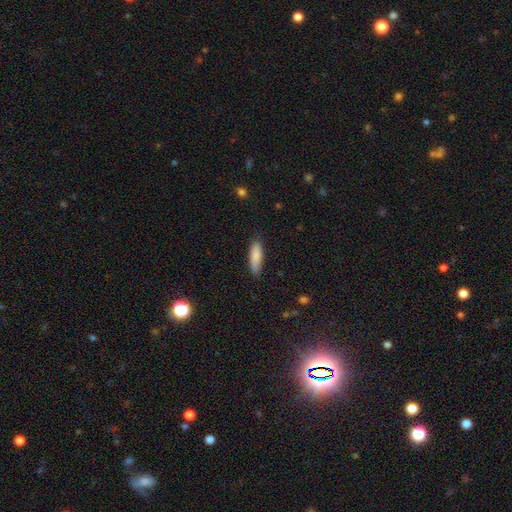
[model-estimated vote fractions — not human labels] The model was most divided on "how rounded": cigar-shaped: 52%, in between: 46%, round: 2%. More confident: smooth or featured — smooth (85%); merging — none (82%).